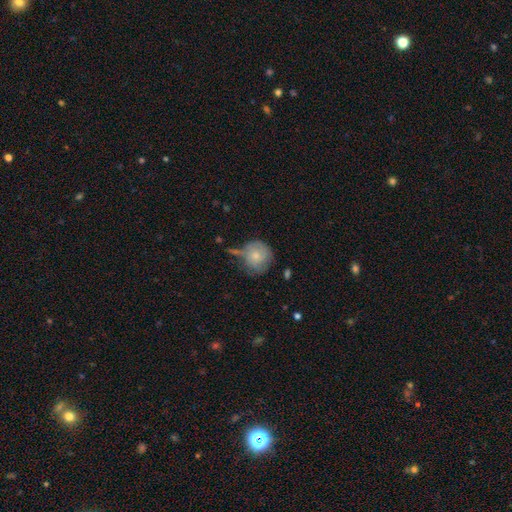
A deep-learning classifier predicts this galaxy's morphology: Smooth or featured: smooth — 69% (featured or disk — 24%)
How rounded: round — 88% (in between — 11%)
Merging: none — 49% (minor disturbance — 28%)